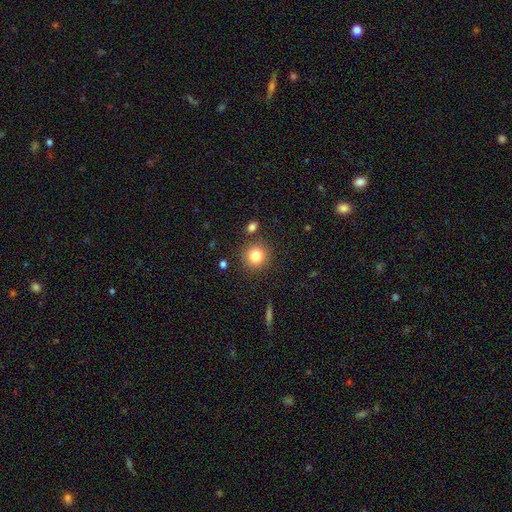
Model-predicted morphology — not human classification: A smooth galaxy with no disk features (82%) that is round (91%).

Vote fractions:
- Smooth or featured? smooth: 82% / star or artifact: 11% / featured or disk: 7%
- How rounded? round: 91% / in between: 8% / cigar-shaped: 1%
- Merging? none: 85% / minor disturbance: 8% / merger: 5% / major disturbance: 3%